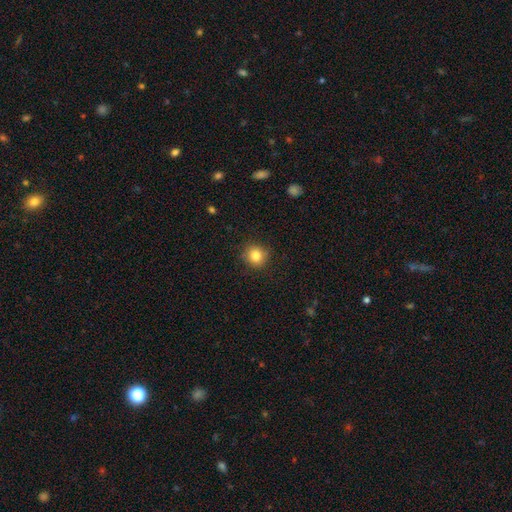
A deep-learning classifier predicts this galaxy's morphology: This is clearly a smooth galaxy (84%). How rounded: clearly round (90%). Merging: clearly none (88%).